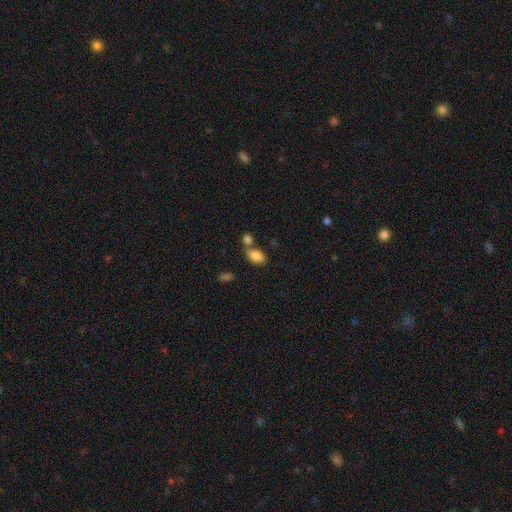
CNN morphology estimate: smooth 84%, star or artifact 8%, featured or disk 8%. Down the decision tree: how rounded — in between (90%); merging — none (50%).